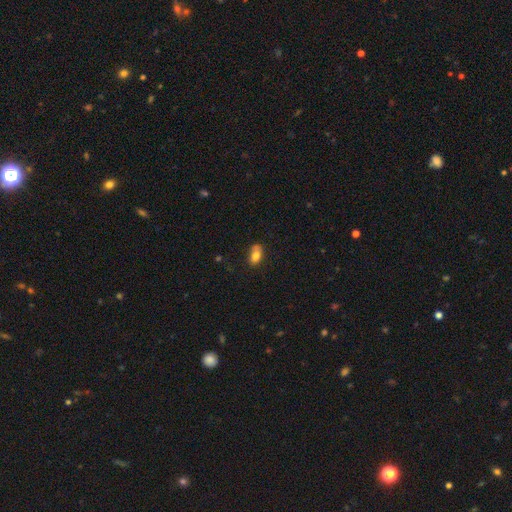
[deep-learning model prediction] Smooth or featured?
  - smooth: 78% *
  - featured or disk: 13%
  - star or artifact: 9%
How rounded?
  - in between: 88% *
  - round: 8%
  - cigar-shaped: 4%
Merging?
  - none: 57% *
  - minor disturbance: 29%
  - major disturbance: 8%
  - merger: 6%